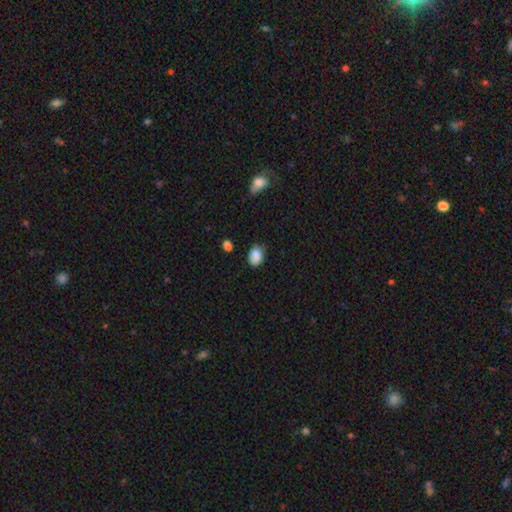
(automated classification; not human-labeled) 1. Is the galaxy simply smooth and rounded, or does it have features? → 86% smooth, 9% star or artifact, 6% featured or disk.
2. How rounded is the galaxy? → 73% in between, 26% round, 1% cigar-shaped.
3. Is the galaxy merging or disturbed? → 65% none, 28% minor disturbance, 5% major disturbance, 3% merger.